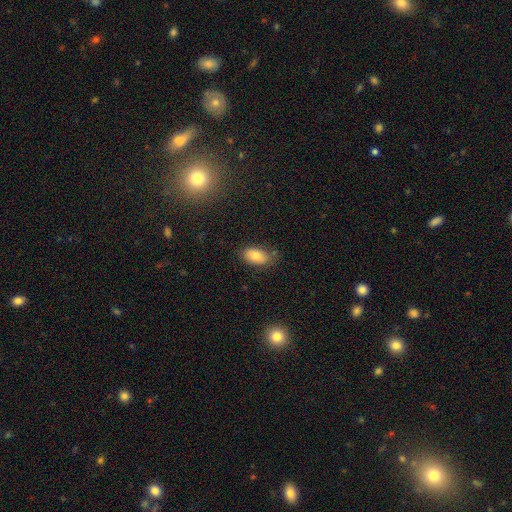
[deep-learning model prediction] Overall: smooth (81%). How rounded: in between (91%). Merging: none (72%).